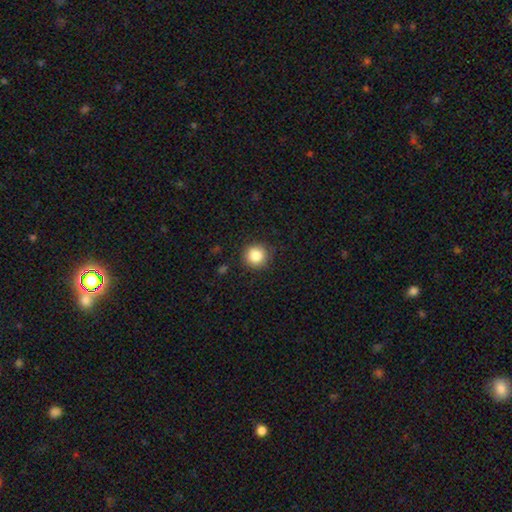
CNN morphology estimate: smooth_or_featured: smooth (p=0.86) [alt: star or artifact p=0.10]
how_rounded: round (p=0.94) [alt: in between p=0.05]
merging: none (p=0.88) [alt: minor disturbance p=0.09]